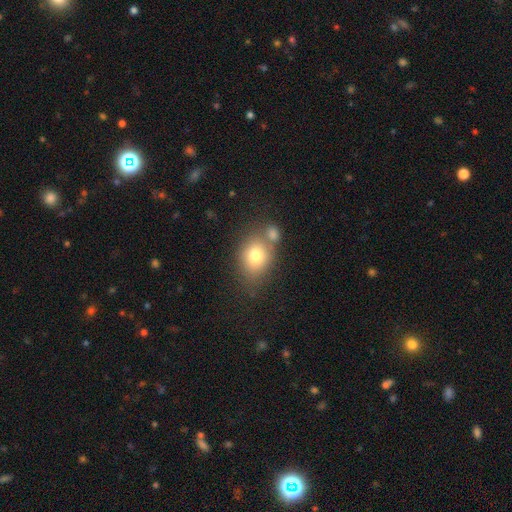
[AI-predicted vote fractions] A smooth galaxy with no disk features (75%) that is in between round and cigar-shaped (51%).

Vote fractions:
- Smooth or featured? smooth: 75% / featured or disk: 15% / star or artifact: 11%
- How rounded? in between: 51% / round: 48% / cigar-shaped: 1%
- Merging? none: 54% / merger: 26% / minor disturbance: 14% / major disturbance: 6%